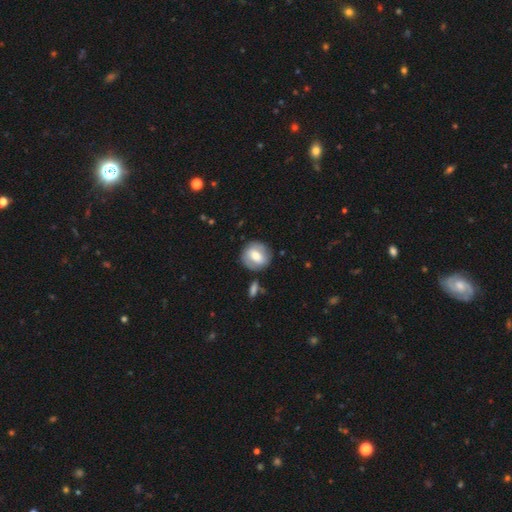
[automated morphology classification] smooth_or_featured: smooth (p=0.56) [alt: featured or disk p=0.37]
how_rounded: round (p=0.81) [alt: in between p=0.18]
merging: none (p=0.80) [alt: minor disturbance p=0.12]